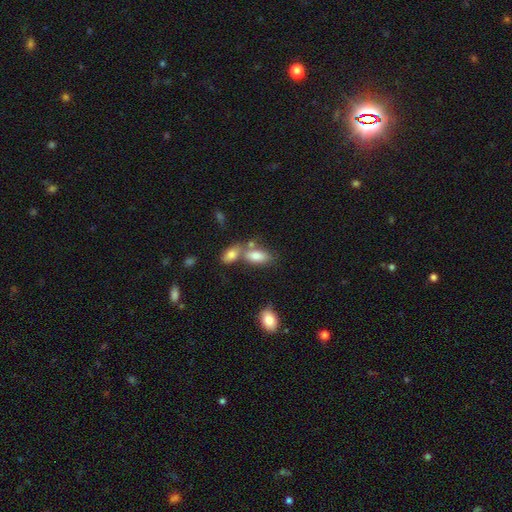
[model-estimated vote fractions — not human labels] Smooth or featured?
  - smooth: 80% *
  - featured or disk: 13%
  - star or artifact: 8%
How rounded?
  - in between: 88% *
  - cigar-shaped: 8%
  - round: 4%
Merging?
  - none: 45% *
  - merger: 38%
  - minor disturbance: 12%
  - major disturbance: 4%